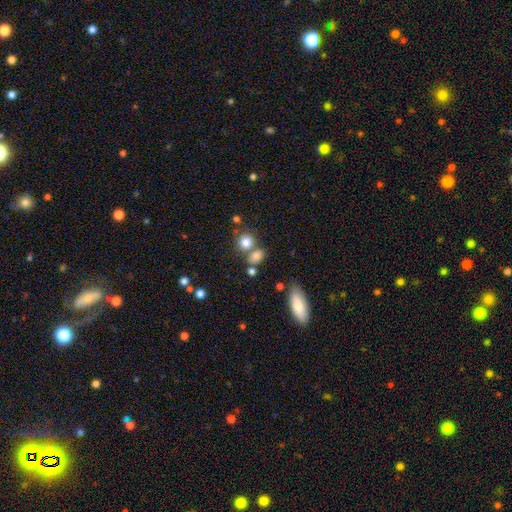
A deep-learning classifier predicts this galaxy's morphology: smooth-or-featured: smooth: 78% | star or artifact: 12% | featured or disk: 9%
  how-rounded: round: 54% | in between: 43% | cigar-shaped: 3%
  merging: none: 59% | merger: 25% | minor disturbance: 11% | major disturbance: 4%